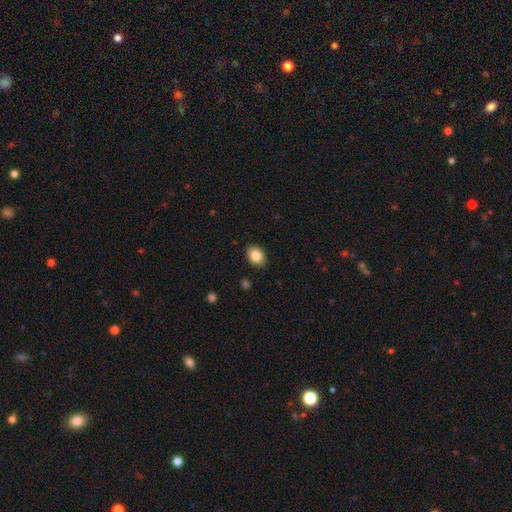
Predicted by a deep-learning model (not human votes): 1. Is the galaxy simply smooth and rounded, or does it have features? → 84% smooth, 8% star or artifact, 8% featured or disk.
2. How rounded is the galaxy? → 74% in between, 25% round, 1% cigar-shaped.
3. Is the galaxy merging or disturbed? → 88% none, 9% minor disturbance, 2% major disturbance, 1% merger.